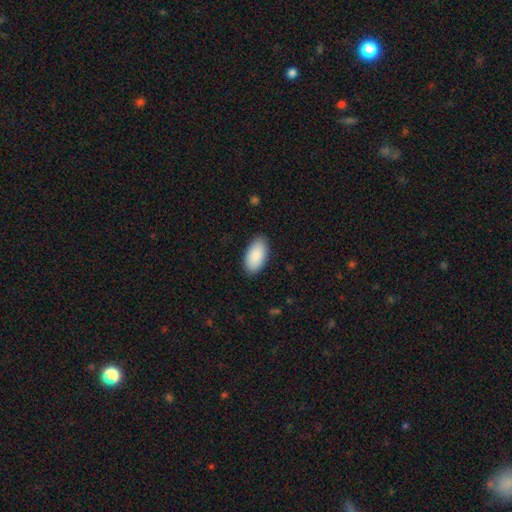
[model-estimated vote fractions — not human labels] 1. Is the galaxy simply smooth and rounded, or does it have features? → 89% smooth, 6% star or artifact, 5% featured or disk.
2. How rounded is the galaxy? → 96% in between, 2% cigar-shaped, 2% round.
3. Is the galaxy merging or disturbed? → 87% none, 9% minor disturbance, 2% major disturbance, 1% merger.